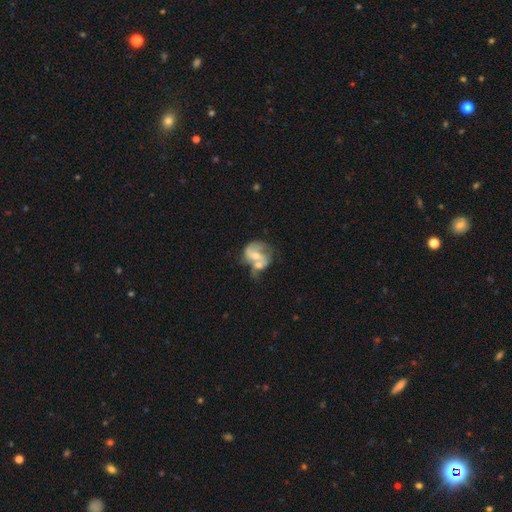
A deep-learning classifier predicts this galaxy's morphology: Overall: featured or disk (62%; smooth 31%). Edge-on disk: no (97%). Bar: no (52%; weak 35%). Spiral arms: yes (68%; no 32%). Bulge size: moderate (55%; small 37%). Merging: merger (58%; none 19%).